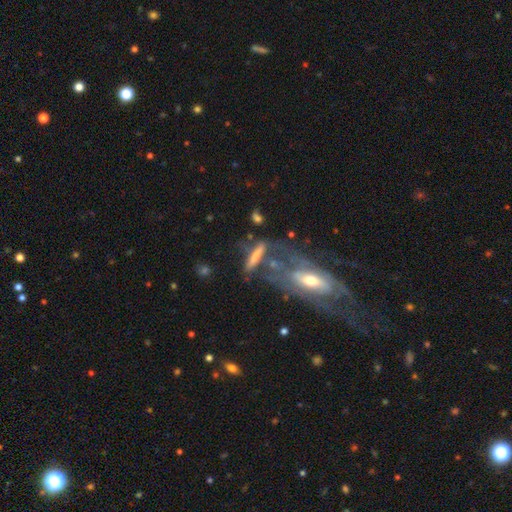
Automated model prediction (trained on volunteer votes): Smooth or featured? smooth (47%)
Merging? none (38%)